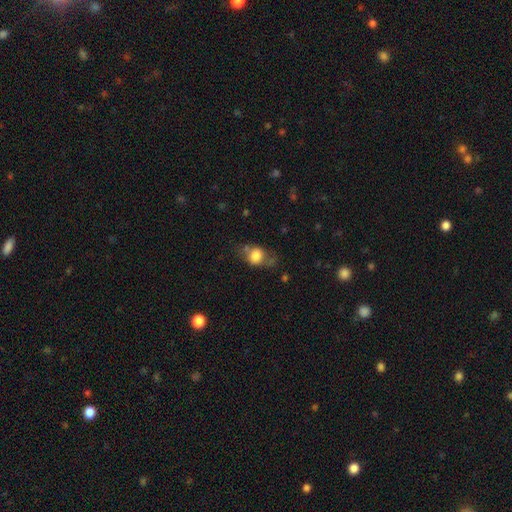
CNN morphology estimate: This is likely a smooth galaxy (70%). How rounded: possibly in between (50%). Merging: possibly none (49%).